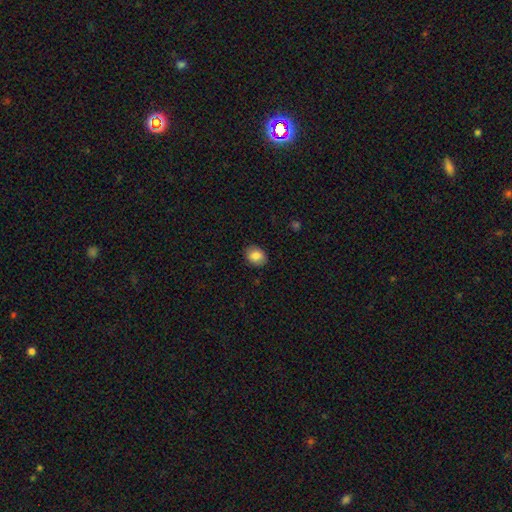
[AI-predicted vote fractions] Morphology: type=smooth (85%); roundness=in between (59%); merging=none (87%).